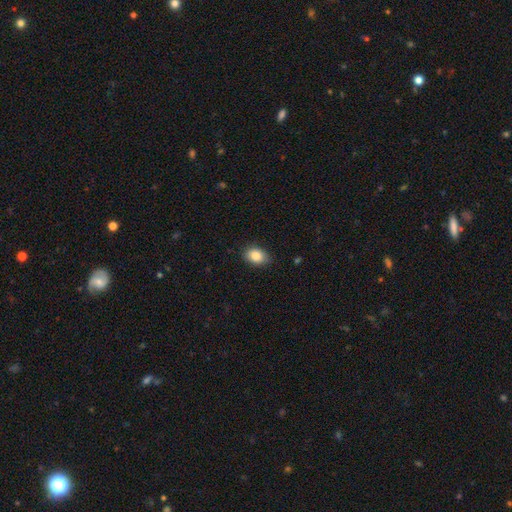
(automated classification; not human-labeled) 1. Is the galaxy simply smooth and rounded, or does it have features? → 86% smooth, 8% star or artifact, 6% featured or disk.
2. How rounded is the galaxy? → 75% in between, 24% round, 1% cigar-shaped.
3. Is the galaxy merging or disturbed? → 83% none, 14% minor disturbance, 2% major disturbance, 1% merger.